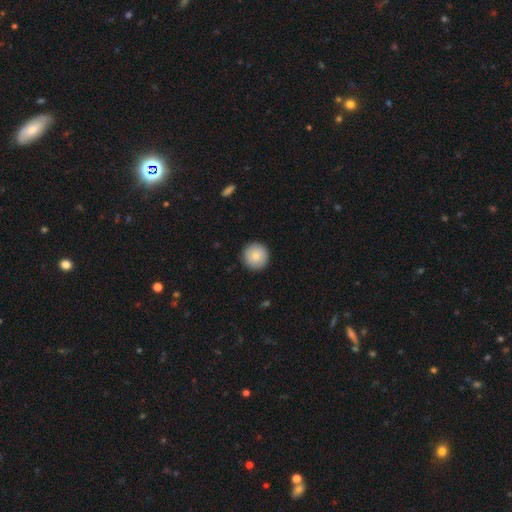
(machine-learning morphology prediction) Overall: smooth (83%). How rounded: round (96%). Merging: none (92%).